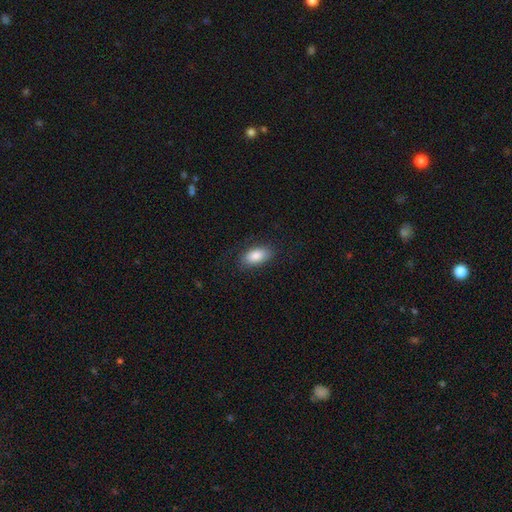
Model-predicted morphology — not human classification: A smooth galaxy with no disk features (86%) that is in between round and cigar-shaped (92%).

Vote fractions:
- Smooth or featured? smooth: 86% / featured or disk: 8% / star or artifact: 7%
- How rounded? in between: 92% / cigar-shaped: 4% / round: 4%
- Merging? none: 84% / minor disturbance: 11% / major disturbance: 3% / merger: 1%